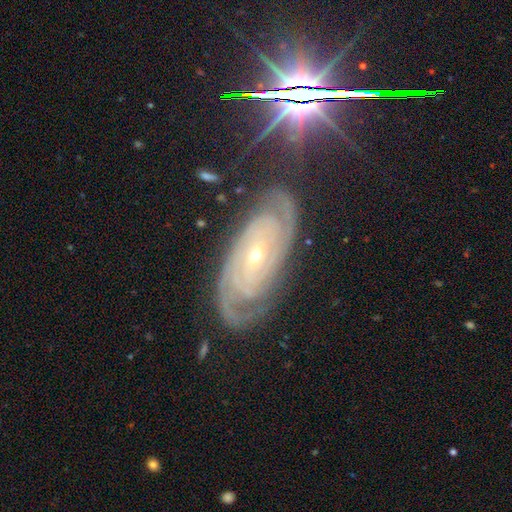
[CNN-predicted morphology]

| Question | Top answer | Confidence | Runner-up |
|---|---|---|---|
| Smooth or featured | featured or disk | 87% | star or artifact (7%) |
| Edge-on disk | no | 94% | yes (6%) |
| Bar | no | 64% | weak (24%) |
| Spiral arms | yes | 97% | no (3%) |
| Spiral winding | tight | 79% | medium (17%) |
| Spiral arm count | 2 | 36% | can't tell (25%) |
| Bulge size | small | 70% | moderate (27%) |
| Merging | none | 75% | minor disturbance (15%) |